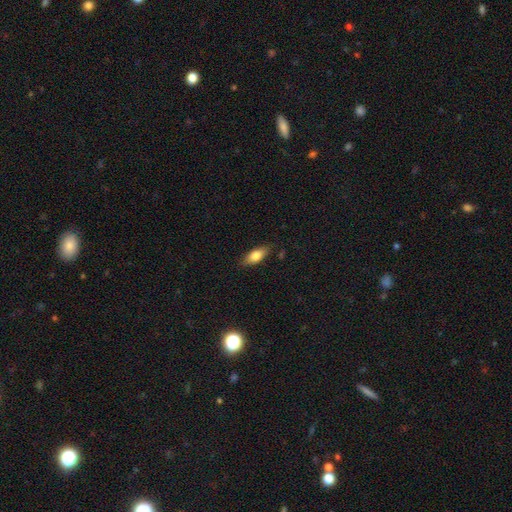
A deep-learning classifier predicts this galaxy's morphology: Overall: smooth (77%). How rounded: in between (77%). Merging: none (83%).